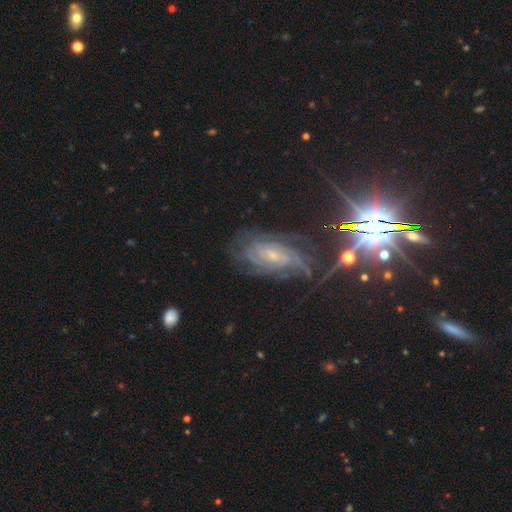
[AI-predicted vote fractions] This appears to be a featured or disk galaxy (76%) with no bar (62%), tight (64%) spiral arms (94%) and a small central bulge (72%). Merging: none (67%).